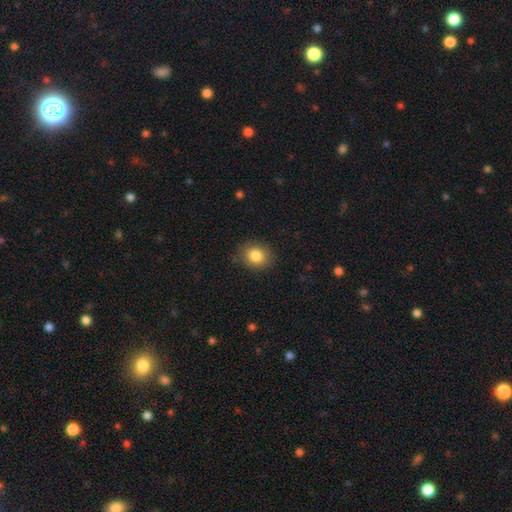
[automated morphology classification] A smooth galaxy with no disk features (84%) that is round (64%). Merging: none (85%).